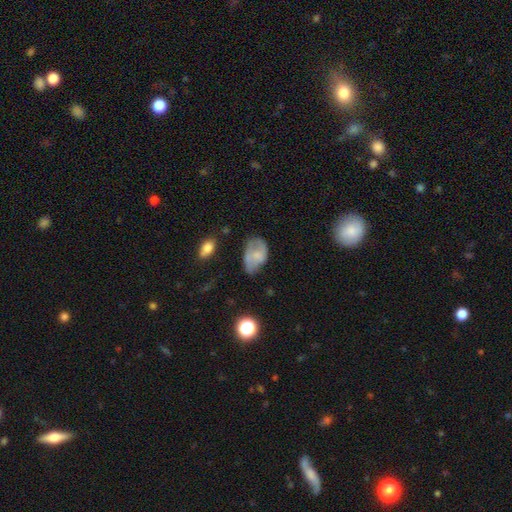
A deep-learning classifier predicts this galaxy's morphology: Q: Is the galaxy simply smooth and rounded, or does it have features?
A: smooth — 56%.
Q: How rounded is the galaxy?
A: in between — 88%.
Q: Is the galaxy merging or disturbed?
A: none — 40%.